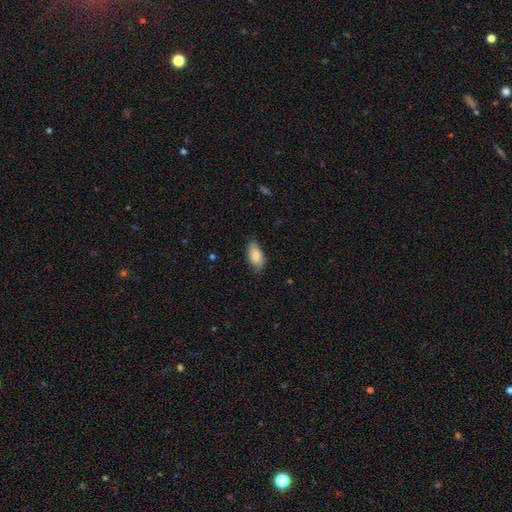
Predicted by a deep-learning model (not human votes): Overall: smooth (83%). How rounded: in between (91%). Merging: none (76%).